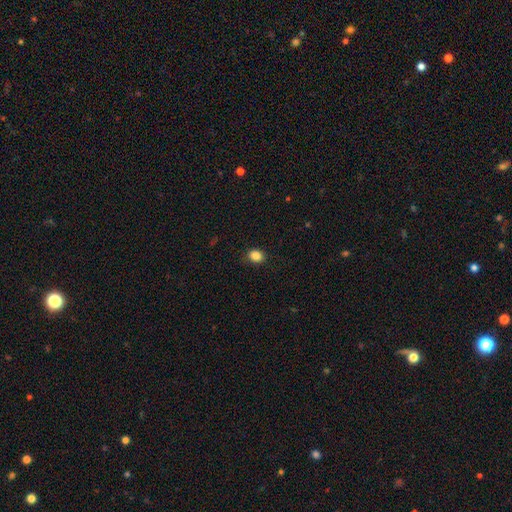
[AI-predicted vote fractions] Smooth or featured? smooth (86%)
How rounded? round (59%)
Merging? none (87%)